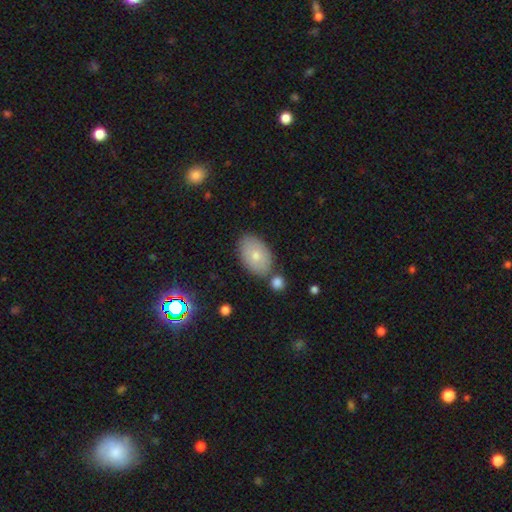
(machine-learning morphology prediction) A smooth galaxy with no disk features (77%) that is in between round and cigar-shaped (91%).

Vote fractions:
- Smooth or featured? smooth: 77% / featured or disk: 16% / star or artifact: 8%
- How rounded? in between: 91% / round: 7% / cigar-shaped: 1%
- Merging? none: 72% / minor disturbance: 14% / merger: 10% / major disturbance: 3%